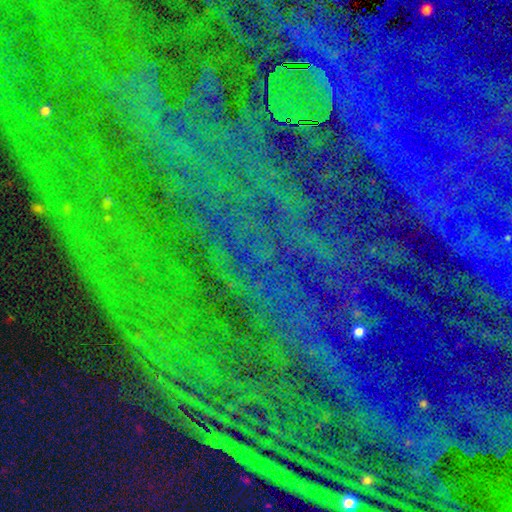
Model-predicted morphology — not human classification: smooth_or_featured: star or artifact (p=0.86) [alt: featured or disk p=0.07]